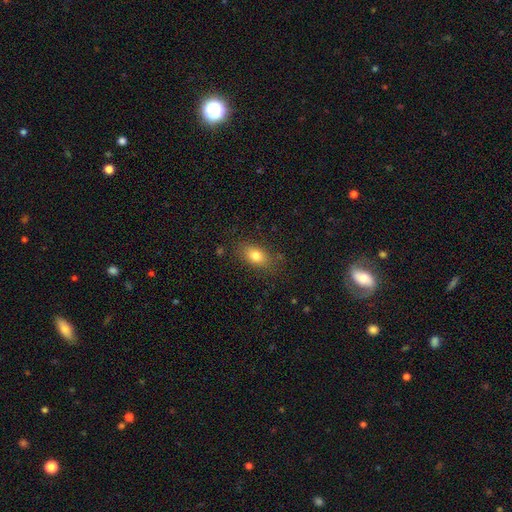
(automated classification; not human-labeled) smooth 79%, featured or disk 11%, star or artifact 9%. Down the decision tree: how rounded — in between (84%); merging — none (81%).